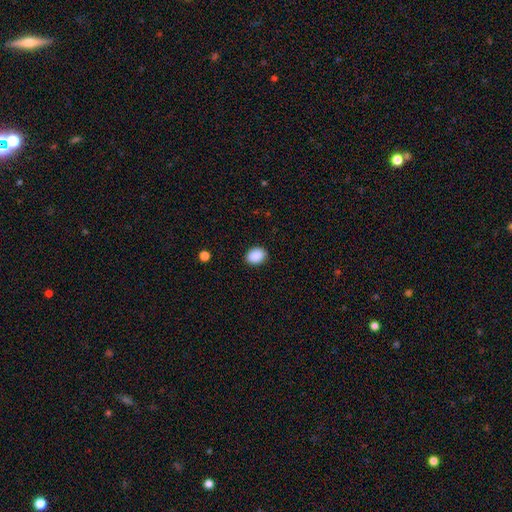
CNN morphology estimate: Smooth or featured: smooth — 90% (star or artifact — 8%)
How rounded: in between — 64% (round — 35%)
Merging: none — 89% (minor disturbance — 8%)